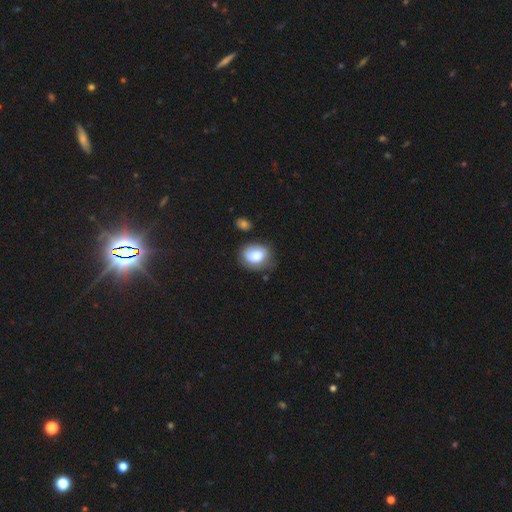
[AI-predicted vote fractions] This is likely a smooth galaxy (75%). How rounded: possibly in between (51%). Merging: likely none (61%).